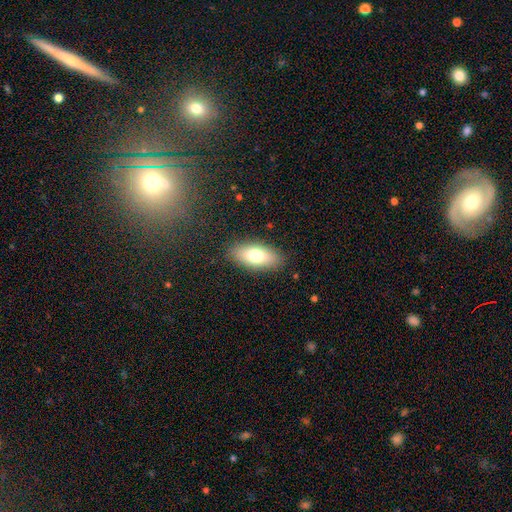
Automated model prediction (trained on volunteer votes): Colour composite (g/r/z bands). It shows a smooth galaxy with no disk features (75%) that is in between round and cigar-shaped (86%). Merging: none (87%).